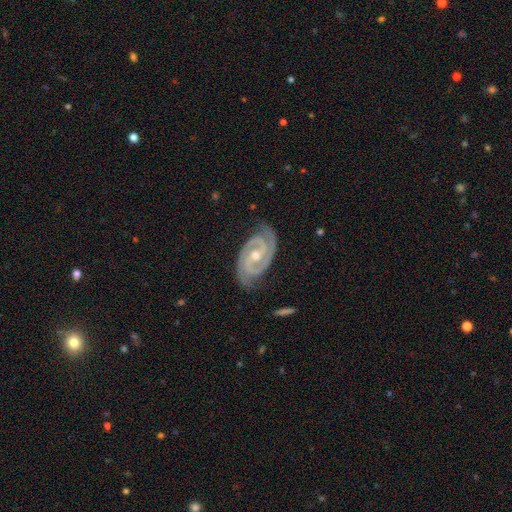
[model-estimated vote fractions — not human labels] A featured or disk galaxy (93%) with no bar (44%), 2 (92%) tight (69%) spiral arms (99%) and a moderate central bulge (64%).

Vote fractions:
- Smooth or featured? featured or disk: 93% / star or artifact: 4% / smooth: 3%
- Edge-on disk? no: 97% / yes: 3%
- Bar? no: 44% / weak: 38% / strong: 18%
- Spiral arms? yes: 99% / no: 1%
- Spiral winding? tight: 69% / medium: 28% / loose: 3%
- Spiral arm count? 2: 92% / 3: 3% / can't tell: 2% / 1: 1% / 4: 1% / more than 4: 1%
- Bulge size? moderate: 64% / small: 31% / large: 2% / none: 1% / dominant: 1%
- Merging? none: 82% / minor disturbance: 14% / major disturbance: 3% / merger: 1%